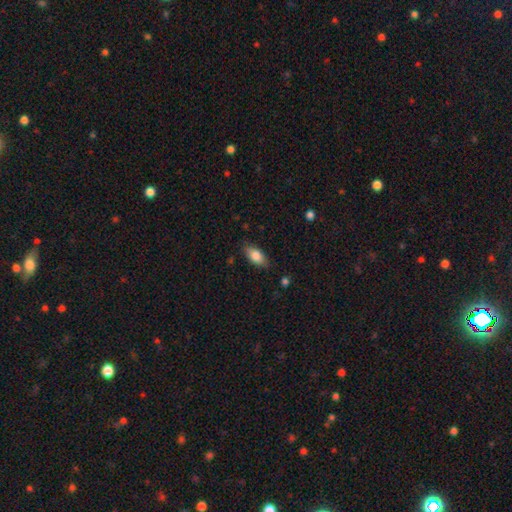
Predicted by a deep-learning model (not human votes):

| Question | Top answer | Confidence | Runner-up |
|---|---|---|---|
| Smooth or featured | smooth | 80% | featured or disk (13%) |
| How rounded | in between | 87% | cigar-shaped (10%) |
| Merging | none | 81% | minor disturbance (15%) |